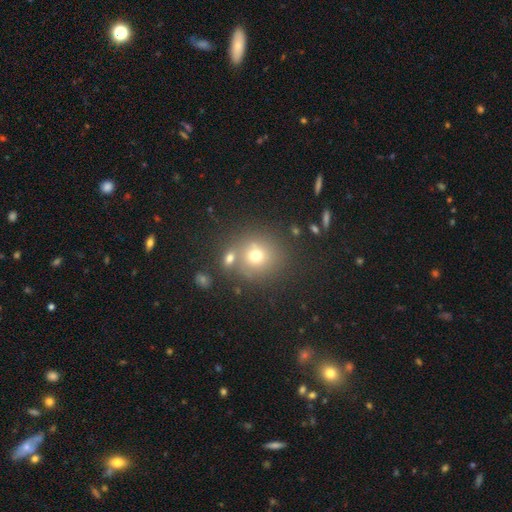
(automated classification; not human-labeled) This appears to be a smooth galaxy with no disk features (69%) that is round (82%). Merging: none (63%).